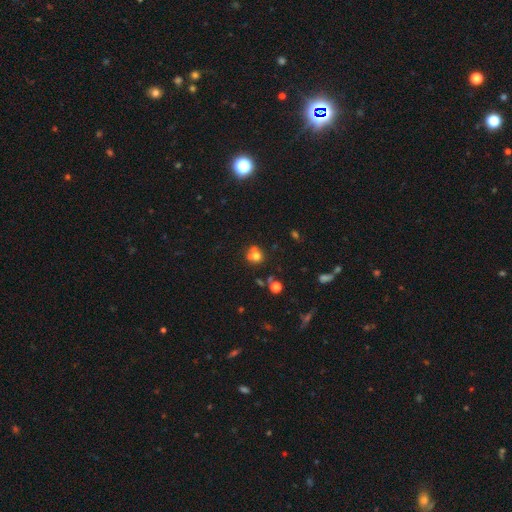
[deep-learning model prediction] Smooth or featured?
  - smooth: 69% *
  - featured or disk: 16%
  - star or artifact: 14%
How rounded?
  - round: 80% *
  - in between: 19%
  - cigar-shaped: 1%
Merging?
  - none: 48% *
  - merger: 32%
  - minor disturbance: 14%
  - major disturbance: 6%